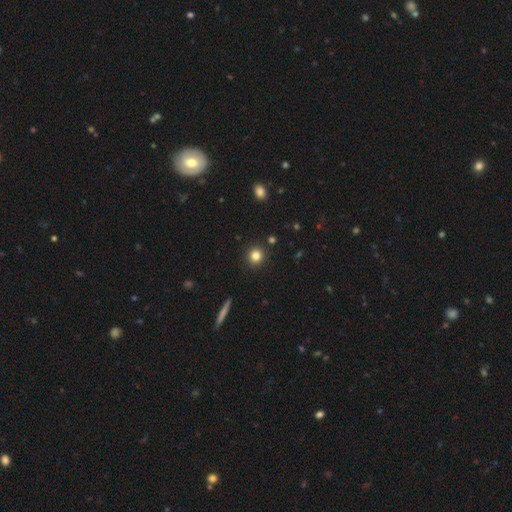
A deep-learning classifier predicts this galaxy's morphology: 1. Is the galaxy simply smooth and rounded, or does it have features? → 82% smooth, 12% star or artifact, 6% featured or disk.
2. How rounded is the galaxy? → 92% round, 7% in between, 1% cigar-shaped.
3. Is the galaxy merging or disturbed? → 91% none, 5% minor disturbance, 2% major disturbance, 2% merger.